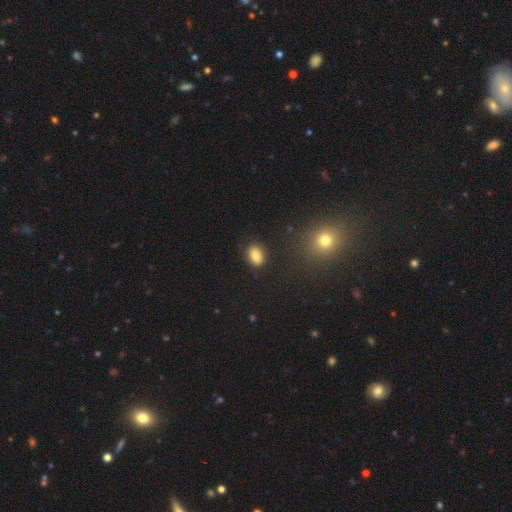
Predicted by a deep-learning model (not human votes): The model was most divided on "how rounded": in between: 83%, round: 16%, cigar-shaped: 2%. More confident: merging — none (85%); smooth or featured — smooth (83%).